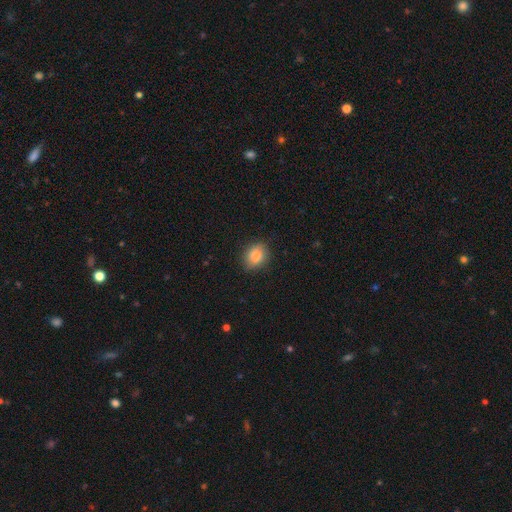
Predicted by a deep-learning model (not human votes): Q: Smooth or featured?
A: smooth (85%); runner-up: star or artifact (8%)
Q: How rounded?
A: in between (50%); runner-up: round (49%)
Q: Merging?
A: none (81%); runner-up: minor disturbance (14%)